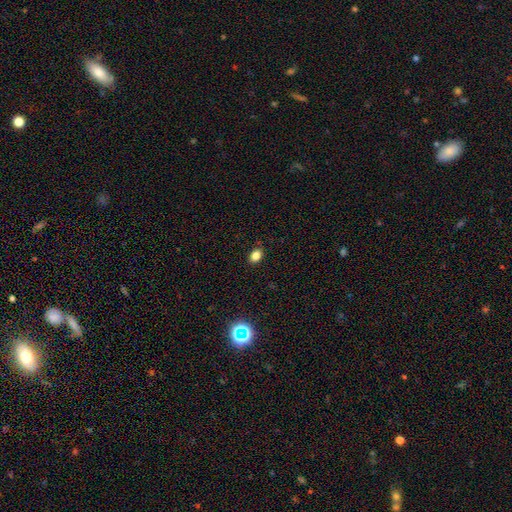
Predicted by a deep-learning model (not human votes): Smooth or featured: smooth — 81% (star or artifact — 13%)
How rounded: in between — 69% (round — 30%)
Merging: none — 88% (minor disturbance — 9%)